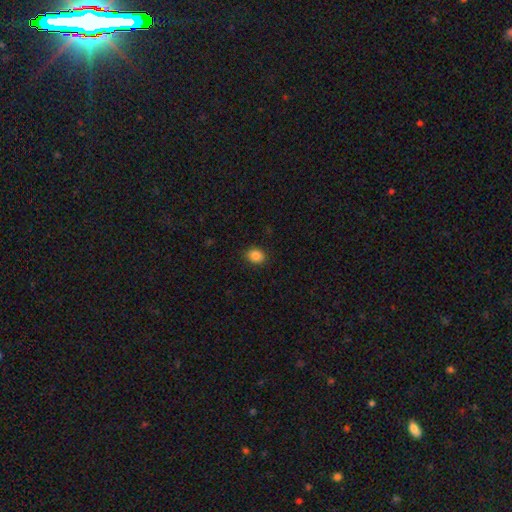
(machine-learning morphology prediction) Q: Smooth or featured?
A: smooth (86%); runner-up: star or artifact (10%)
Q: How rounded?
A: round (56%); runner-up: in between (43%)
Q: Merging?
A: none (89%); runner-up: minor disturbance (8%)